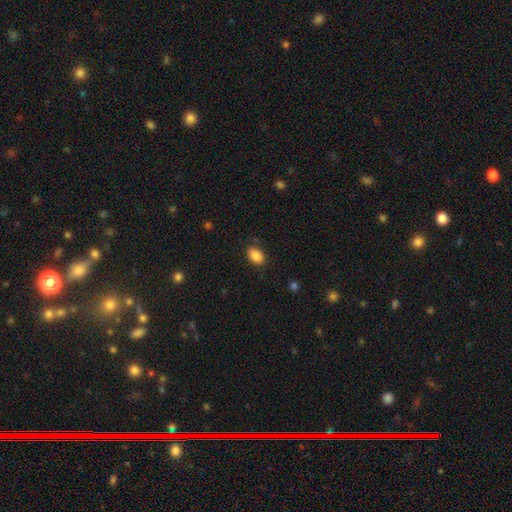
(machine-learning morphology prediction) Smooth or featured: smooth — 87% (star or artifact — 8%)
How rounded: in between — 86% (round — 13%)
Merging: none — 84% (minor disturbance — 12%)